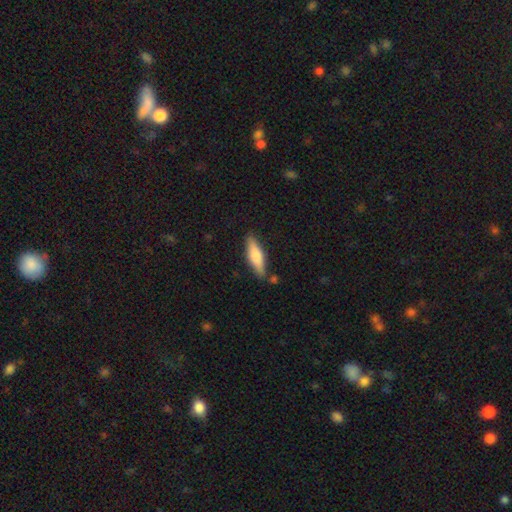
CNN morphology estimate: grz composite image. It shows a smooth galaxy with no disk features (67%) that is cigar-shaped (60%). Merging: none (81%).